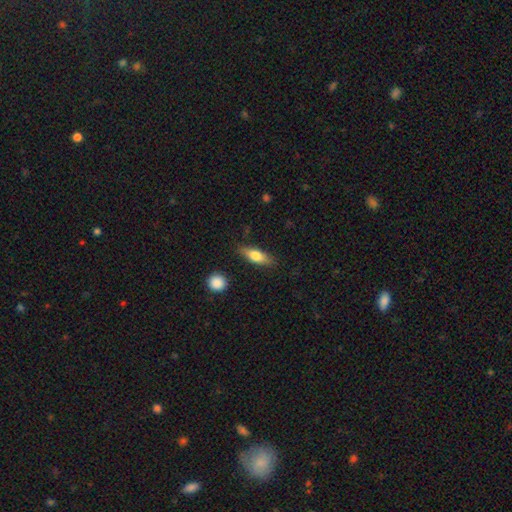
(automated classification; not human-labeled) Smooth or featured? smooth (69%)
How rounded? in between (58%)
Merging? none (81%)